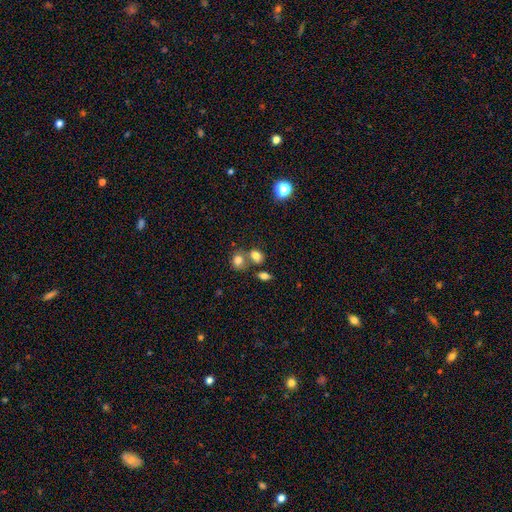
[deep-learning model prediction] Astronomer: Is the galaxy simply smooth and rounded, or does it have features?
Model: smooth — 77%.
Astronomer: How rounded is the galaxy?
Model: in between — 53% (runner-up: round, 45%).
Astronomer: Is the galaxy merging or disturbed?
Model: none — 47% (runner-up: merger, 37%).